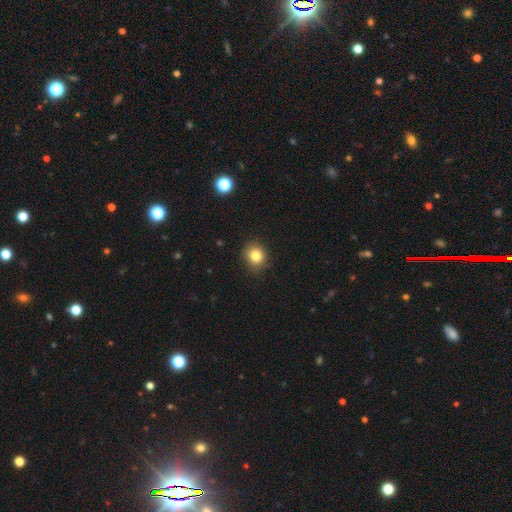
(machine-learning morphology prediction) Smooth or featured? smooth (82%)
How rounded? round (80%)
Merging? none (86%)